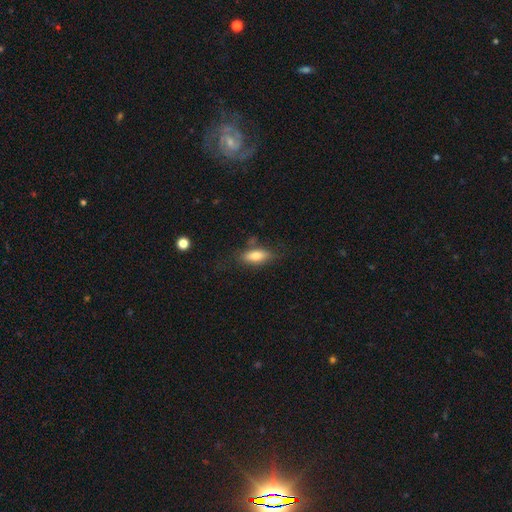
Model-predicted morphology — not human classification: Smooth or featured?
  - smooth: 73% *
  - featured or disk: 20%
  - star or artifact: 7%
How rounded?
  - in between: 74% *
  - cigar-shaped: 23%
  - round: 3%
Merging?
  - none: 71% *
  - minor disturbance: 19%
  - major disturbance: 6%
  - merger: 5%